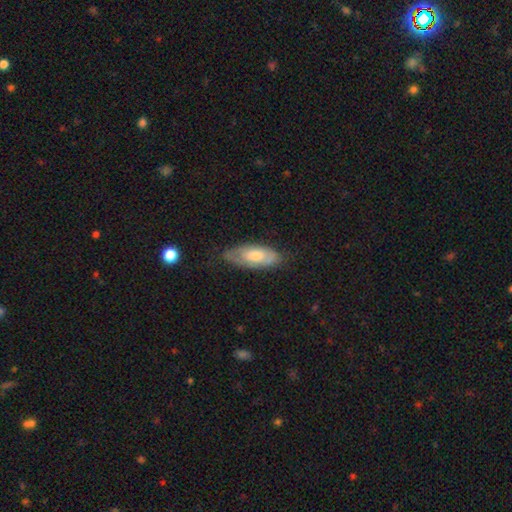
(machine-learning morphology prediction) Smooth or featured: smooth — 55% (featured or disk — 39%)
How rounded: in between — 82% (cigar-shaped — 16%)
Merging: none — 66% (minor disturbance — 26%)